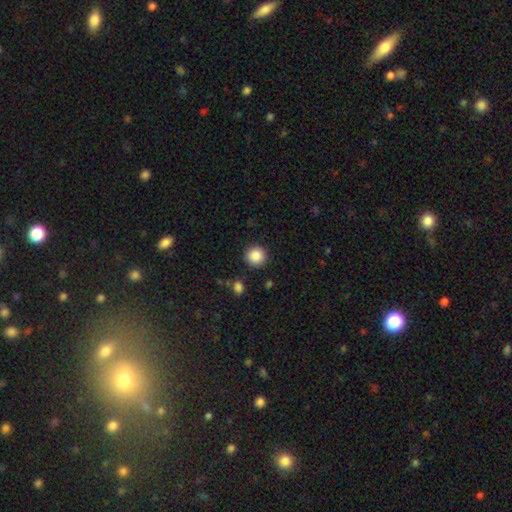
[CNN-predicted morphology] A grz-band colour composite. It shows a smooth galaxy with no disk features (87%) that is round (94%). Merging: none (89%).